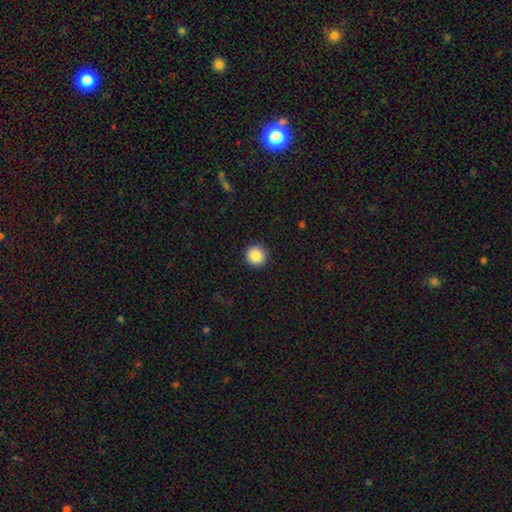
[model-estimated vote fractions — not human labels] Overall: smooth (87%). How rounded: round (95%). Merging: none (92%).